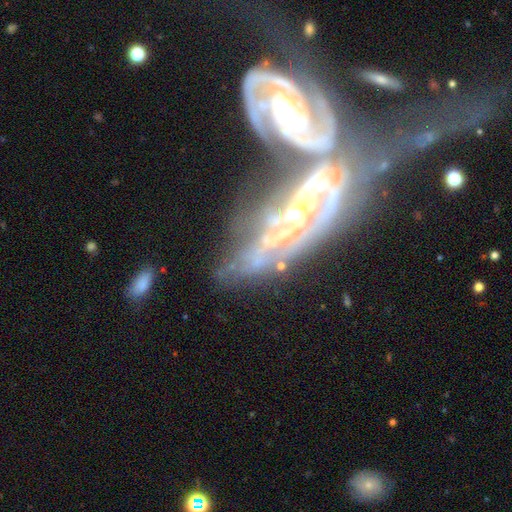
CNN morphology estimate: The model was most divided on "bulge size": moderate: 41%, small: 35%, none: 14%, large: 7%, dominant: 3%. Remaining: edge-on disk — no (84%); smooth or featured — featured or disk (75%); spiral arms — yes (69%); bar — no (57%); merging — none (36%).